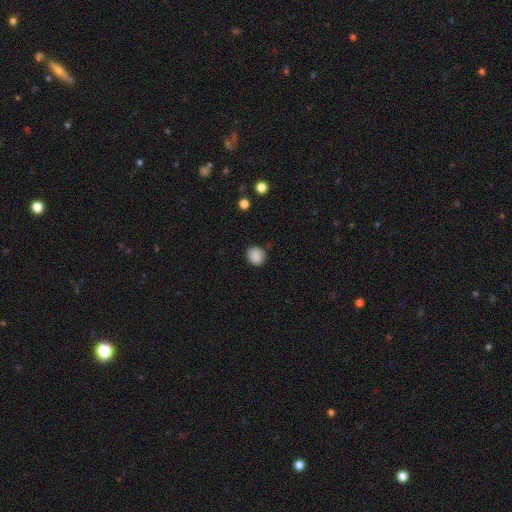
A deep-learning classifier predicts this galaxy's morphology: Smooth or featured? smooth (87%)
How rounded? round (84%)
Merging? none (85%)